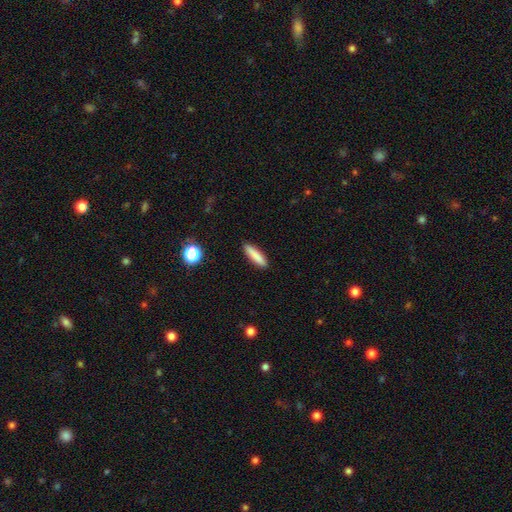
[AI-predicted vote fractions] This is clearly a smooth galaxy (85%). How rounded: likely cigar-shaped (77%). Merging: clearly none (90%).